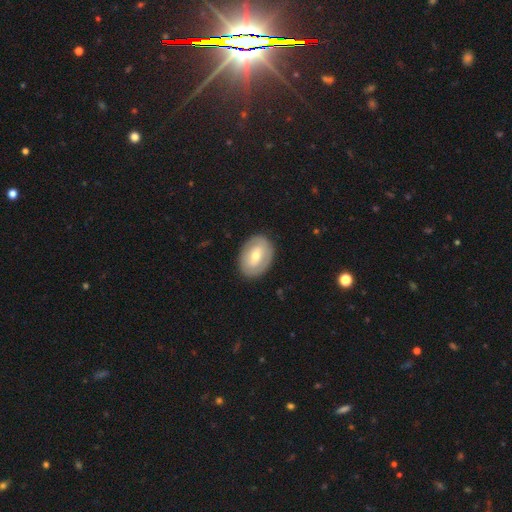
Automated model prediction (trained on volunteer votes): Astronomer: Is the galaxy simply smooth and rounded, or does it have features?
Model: featured or disk — 48% (runner-up: smooth, 47%).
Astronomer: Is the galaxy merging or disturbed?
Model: none — 85%.